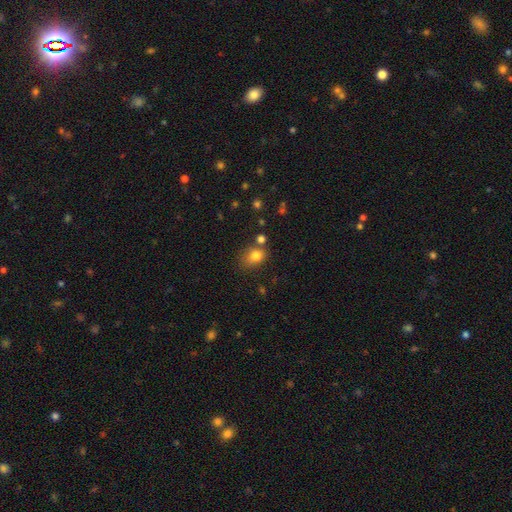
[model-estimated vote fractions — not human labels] Smooth or featured: smooth — 80% (star or artifact — 11%)
How rounded: in between — 64% (round — 35%)
Merging: none — 63% (minor disturbance — 20%)